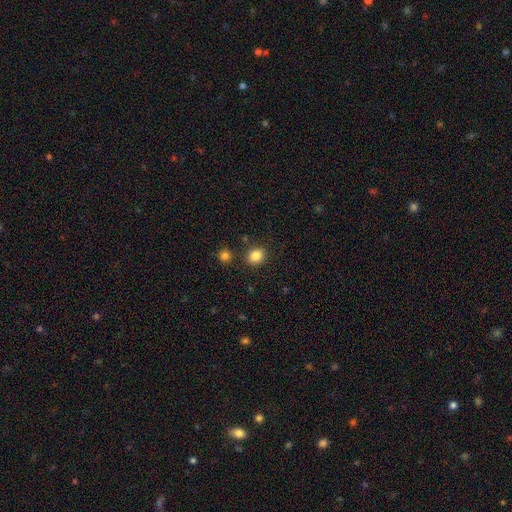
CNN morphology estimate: A smooth galaxy with no disk features (85%) that is round (72%). Merging: none (85%).